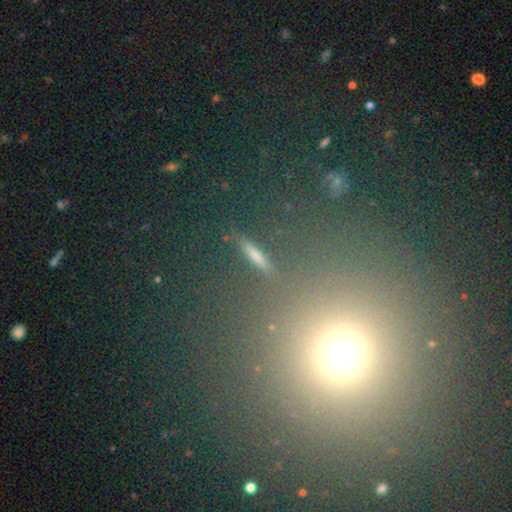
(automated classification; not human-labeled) Overall: star or artifact (47%; smooth 34%).